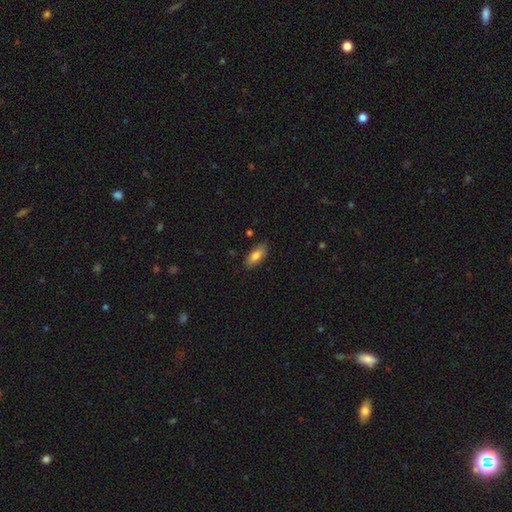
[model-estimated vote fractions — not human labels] A smooth galaxy with no disk features (80%) that is in between round and cigar-shaped (87%). Merging: none (84%).